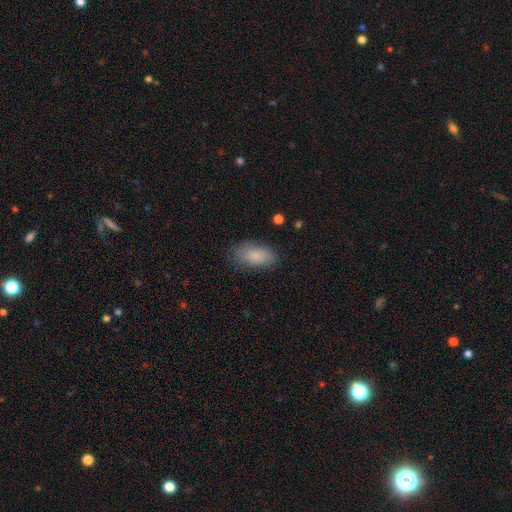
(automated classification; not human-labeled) Smooth or featured: smooth — 84% (featured or disk — 9%)
How rounded: in between — 92% (round — 4%)
Merging: none — 80% (minor disturbance — 15%)